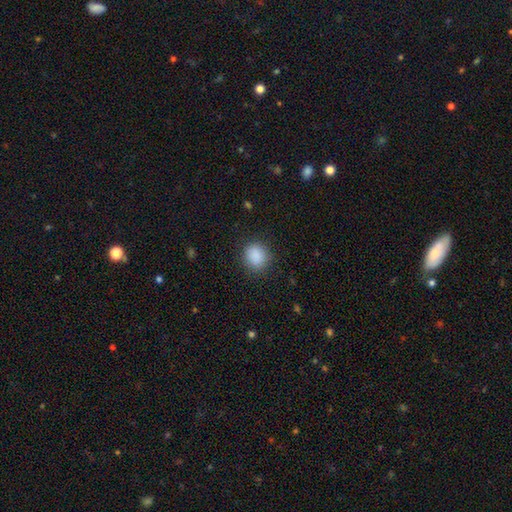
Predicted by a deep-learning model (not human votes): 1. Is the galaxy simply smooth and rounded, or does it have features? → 88% smooth, 9% star or artifact, 3% featured or disk.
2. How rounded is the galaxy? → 77% round, 22% in between, 1% cigar-shaped.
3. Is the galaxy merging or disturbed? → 86% none, 10% minor disturbance, 3% major disturbance, 1% merger.